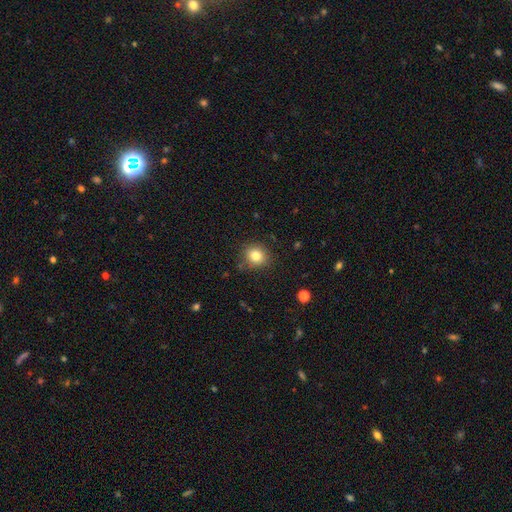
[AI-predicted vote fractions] A smooth galaxy with no disk features (81%) that is round (82%). Merging: none (86%).